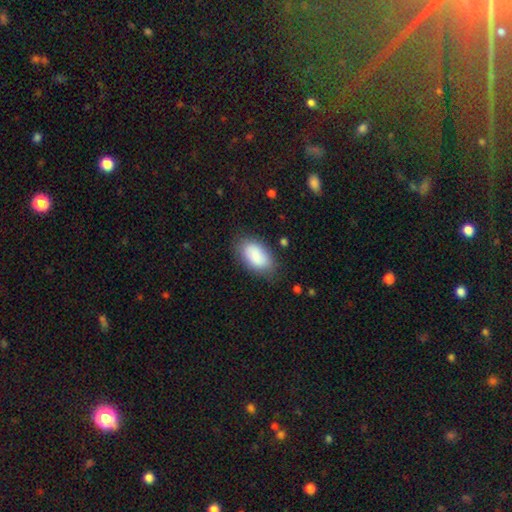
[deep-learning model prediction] Overall: smooth (86%). How rounded: in between (93%). Merging: none (75%).